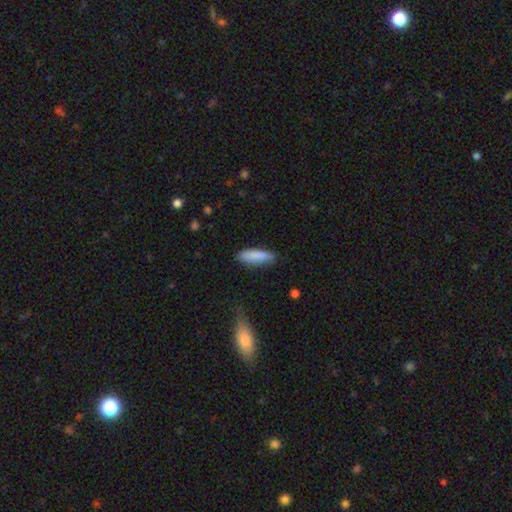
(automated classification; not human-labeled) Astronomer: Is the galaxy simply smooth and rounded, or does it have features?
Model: smooth — 87%.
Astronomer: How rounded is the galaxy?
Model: cigar-shaped — 57% (runner-up: in between, 41%).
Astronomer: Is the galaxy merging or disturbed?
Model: none — 84%.